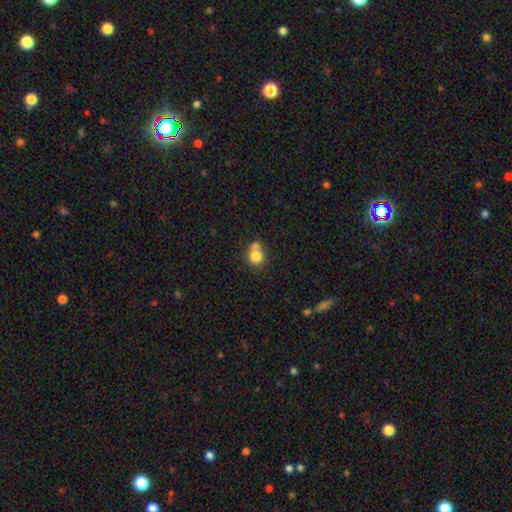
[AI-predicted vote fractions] Smooth or featured? smooth (80%)
How rounded? round (80%)
Merging? none (43%)